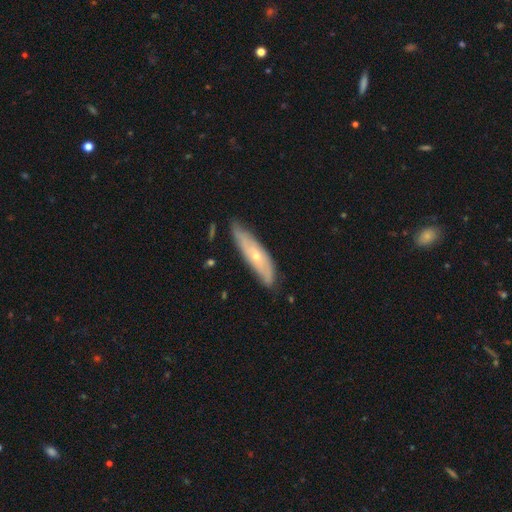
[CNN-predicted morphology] smooth-or-featured: featured or disk: 53% | smooth: 41% | star or artifact: 6%
  disk-edge-on: no: 54% | yes: 46%
  merging: none: 73% | minor disturbance: 21% | major disturbance: 4% | merger: 2%